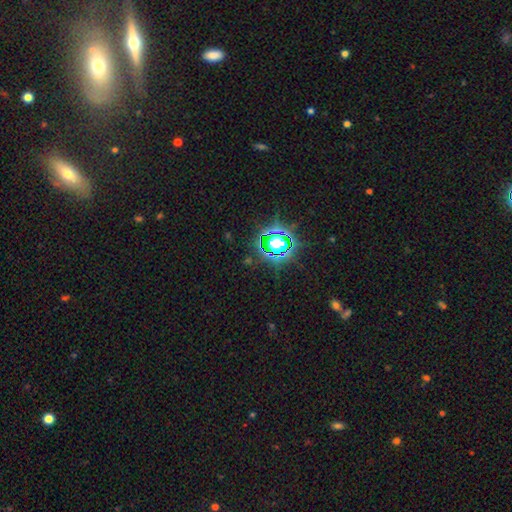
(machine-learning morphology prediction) Smooth or featured?
  - star or artifact: 79% *
  - smooth: 13%
  - featured or disk: 8%